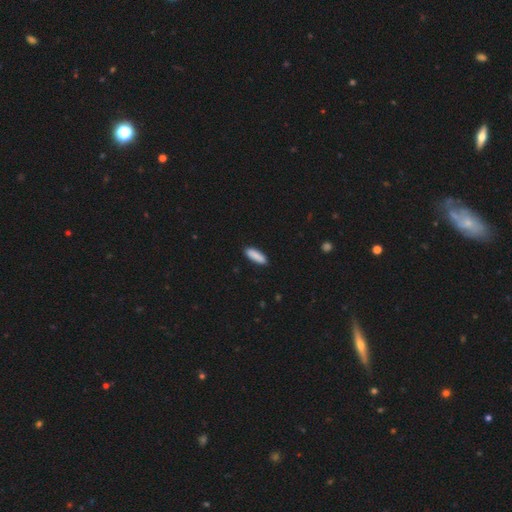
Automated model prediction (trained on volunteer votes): Smooth or featured: smooth — 89% (star or artifact — 6%)
How rounded: cigar-shaped — 53% (in between — 46%)
Merging: none — 89% (minor disturbance — 8%)